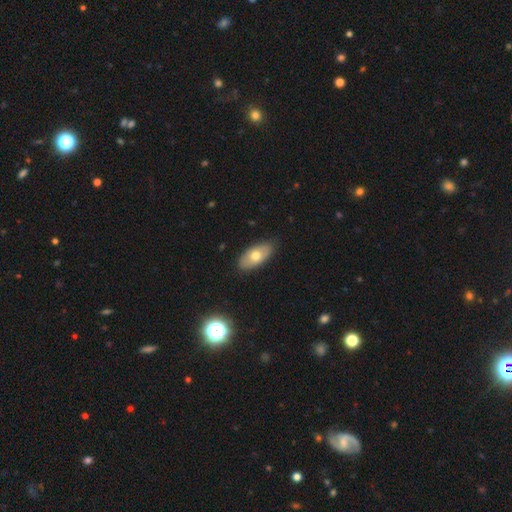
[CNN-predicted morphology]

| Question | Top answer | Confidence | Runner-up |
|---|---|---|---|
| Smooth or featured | smooth | 68% | featured or disk (26%) |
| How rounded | in between | 90% | cigar-shaped (6%) |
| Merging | none | 86% | minor disturbance (11%) |